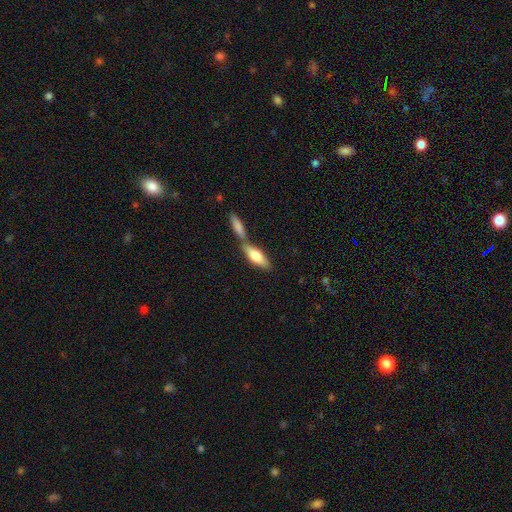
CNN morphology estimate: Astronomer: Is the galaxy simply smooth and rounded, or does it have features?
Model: smooth — 70%.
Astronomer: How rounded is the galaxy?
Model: in between — 59% (runner-up: cigar-shaped, 39%).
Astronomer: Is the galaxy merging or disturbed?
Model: merger — 49% (runner-up: none, 39%).